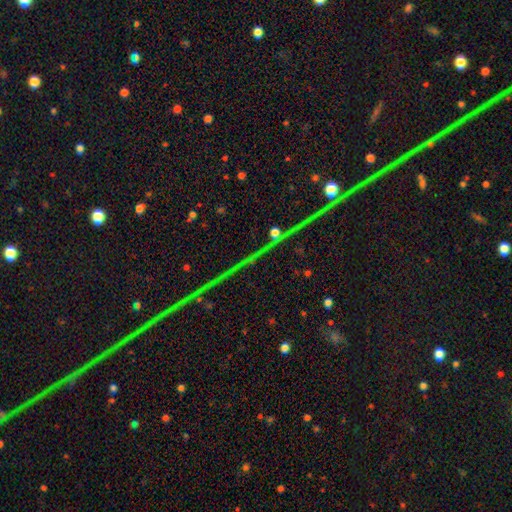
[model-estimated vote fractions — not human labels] Q: Smooth or featured?
A: star or artifact (83%); runner-up: featured or disk (9%)